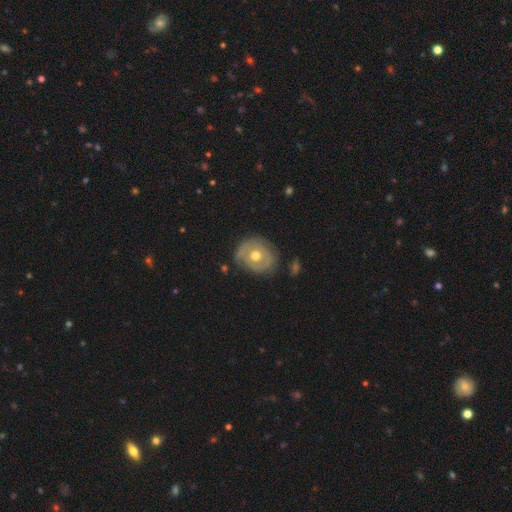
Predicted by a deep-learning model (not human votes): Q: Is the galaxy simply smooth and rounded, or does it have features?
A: featured or disk — 58%.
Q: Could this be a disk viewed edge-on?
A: no — 96%.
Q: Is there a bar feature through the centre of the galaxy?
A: no — 82%.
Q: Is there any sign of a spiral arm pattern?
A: no — 58%.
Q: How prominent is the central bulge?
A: moderate — 80%.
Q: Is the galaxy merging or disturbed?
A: none — 69%.